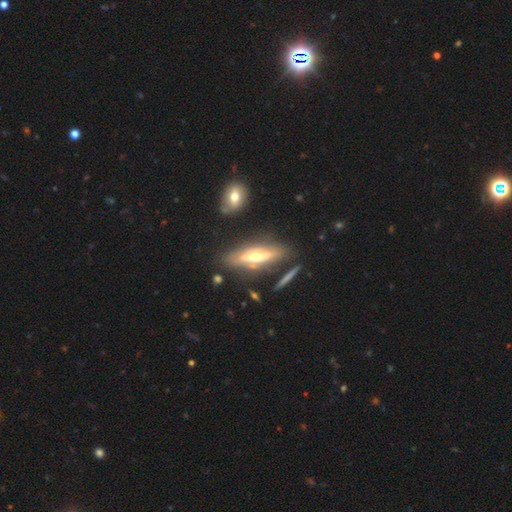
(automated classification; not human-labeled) A featured or disk galaxy (69%) viewed edge-on (84%) with a rounded central bulge (89%).

Vote fractions:
- Smooth or featured? featured or disk: 69% / smooth: 24% / star or artifact: 7%
- Edge-on disk? yes: 84% / no: 16%
- Edge-on bulge? rounded: 89% / none: 7% / boxy: 4%
- Merging? none: 74% / minor disturbance: 15% / merger: 6% / major disturbance: 5%